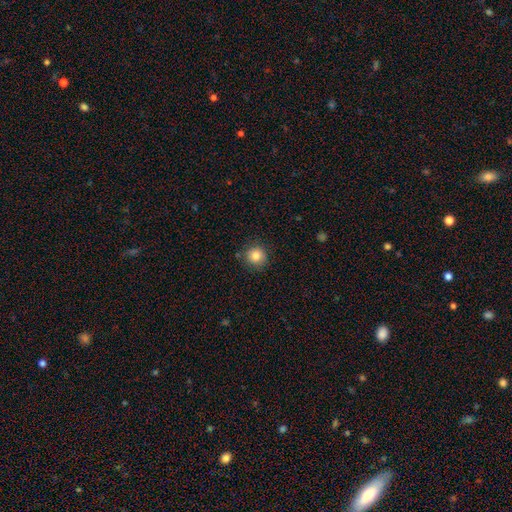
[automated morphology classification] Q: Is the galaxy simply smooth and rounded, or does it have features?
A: smooth — 84%.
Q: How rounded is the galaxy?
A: round — 92%.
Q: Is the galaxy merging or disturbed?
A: none — 84%.